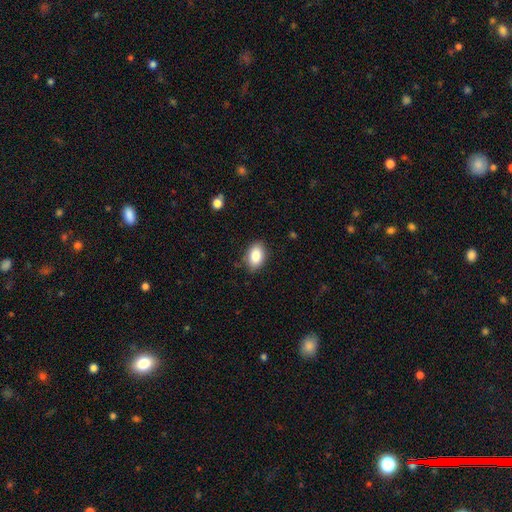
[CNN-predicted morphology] Q: Smooth or featured?
A: smooth (86%); runner-up: star or artifact (8%)
Q: How rounded?
A: in between (88%); runner-up: round (11%)
Q: Merging?
A: none (84%); runner-up: minor disturbance (12%)